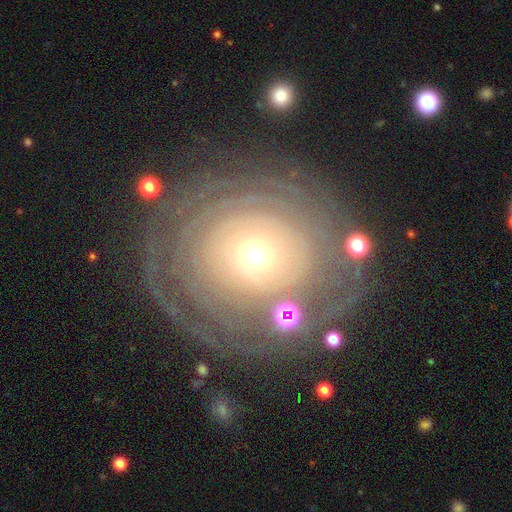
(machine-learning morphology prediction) A featured or disk galaxy (78%) with no bar (84%), tight (78%) spiral arms (83%) and a moderate central bulge (47%). Merging: none (67%).